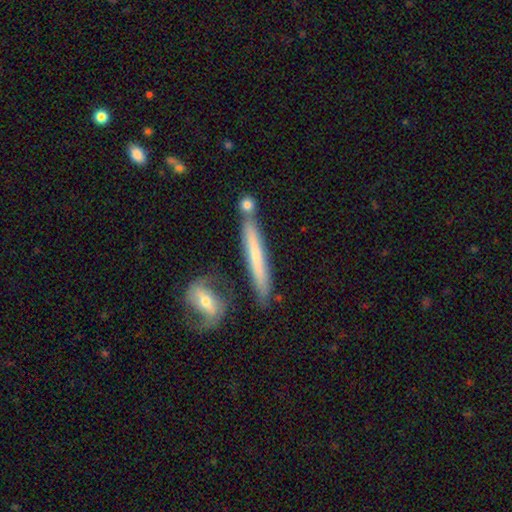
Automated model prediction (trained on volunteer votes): Overall: smooth (47%; featured or disk 46%). Merging: none (74%).